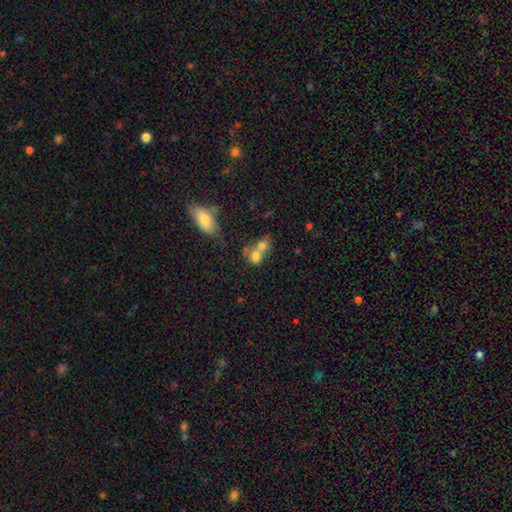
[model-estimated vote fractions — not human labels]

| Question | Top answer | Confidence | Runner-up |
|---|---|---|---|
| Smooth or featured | smooth | 72% | featured or disk (17%) |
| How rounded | round | 58% | in between (40%) |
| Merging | merger | 62% | none (24%) |